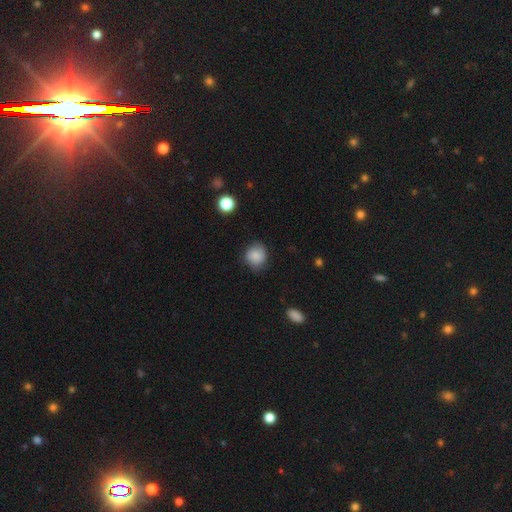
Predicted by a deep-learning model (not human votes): Morphology: type=smooth (84%); roundness=round (81%); merging=none (76%).